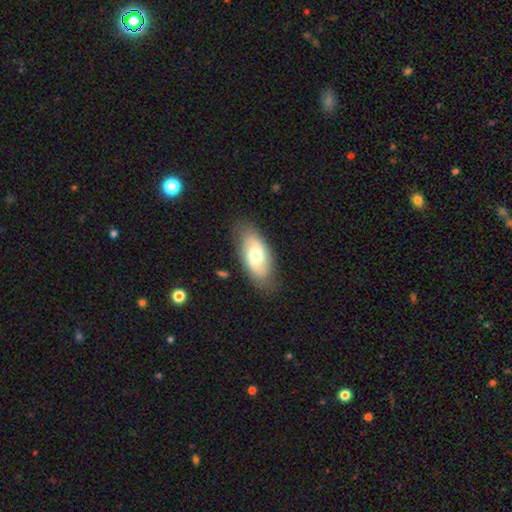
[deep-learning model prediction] Q: Smooth or featured?
A: smooth (49%); runner-up: featured or disk (45%)
Q: Merging?
A: none (81%); runner-up: minor disturbance (14%)